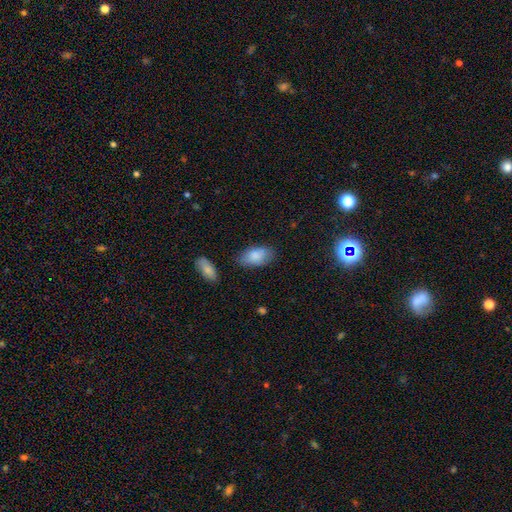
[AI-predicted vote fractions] Smooth or featured: smooth — 85% (featured or disk — 9%)
How rounded: in between — 94% (round — 4%)
Merging: none — 76% (minor disturbance — 17%)